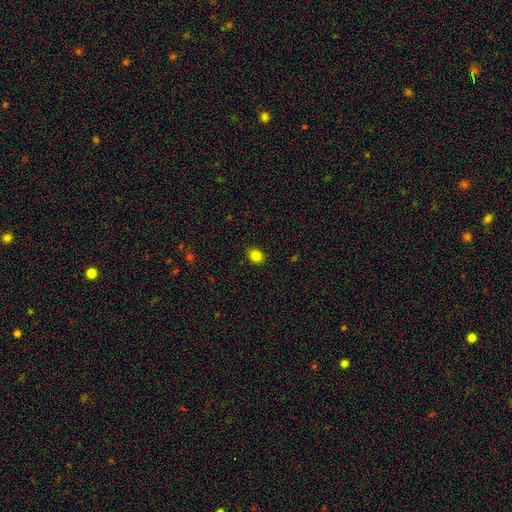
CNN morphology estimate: A smooth galaxy with no disk features (84%) that is round (53%).

Vote fractions:
- Smooth or featured? smooth: 84% / star or artifact: 11% / featured or disk: 5%
- How rounded? round: 53% / in between: 46% / cigar-shaped: 1%
- Merging? none: 87% / minor disturbance: 9% / major disturbance: 2% / merger: 1%